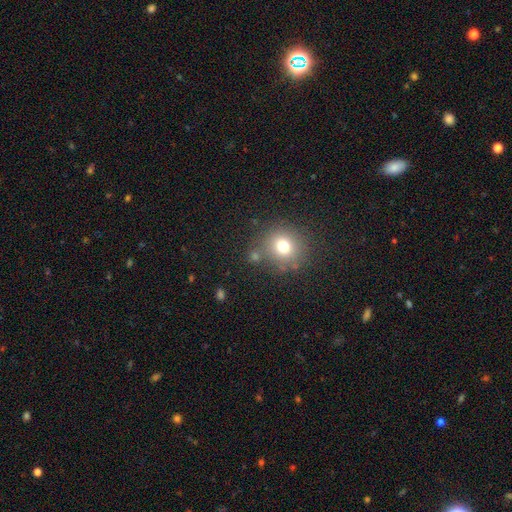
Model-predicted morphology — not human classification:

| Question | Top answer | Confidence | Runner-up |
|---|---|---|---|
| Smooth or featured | smooth | 71% | star or artifact (19%) |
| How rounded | round | 88% | in between (11%) |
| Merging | none | 76% | minor disturbance (10%) |